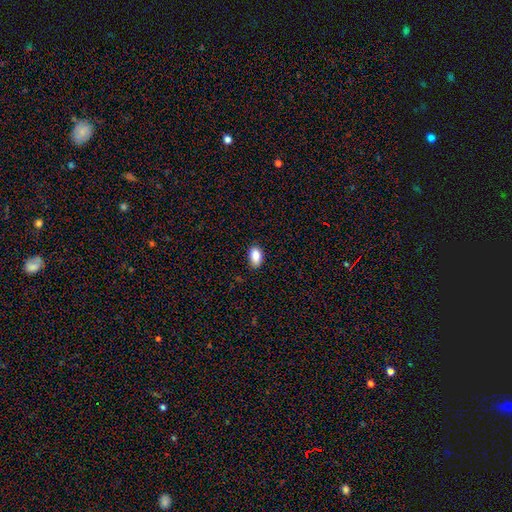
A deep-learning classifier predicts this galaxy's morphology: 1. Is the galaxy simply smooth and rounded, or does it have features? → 87% smooth, 8% star or artifact, 6% featured or disk.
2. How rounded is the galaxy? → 92% in between, 7% round, 2% cigar-shaped.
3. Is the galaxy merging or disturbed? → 86% none, 11% minor disturbance, 2% major disturbance, 1% merger.